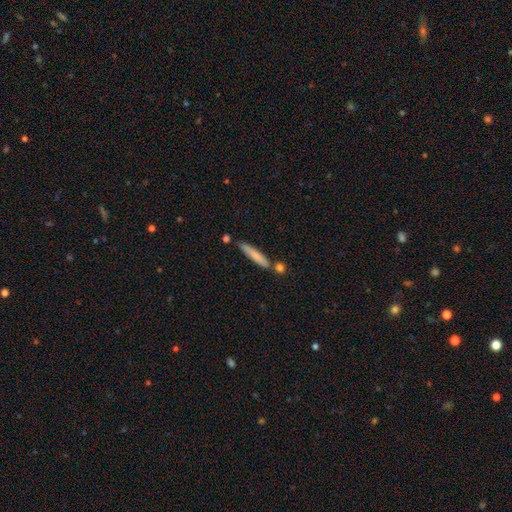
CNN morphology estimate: smooth 74%, featured or disk 19%, star or artifact 6%. Down the decision tree: how rounded — cigar-shaped (93%); merging — none (77%).